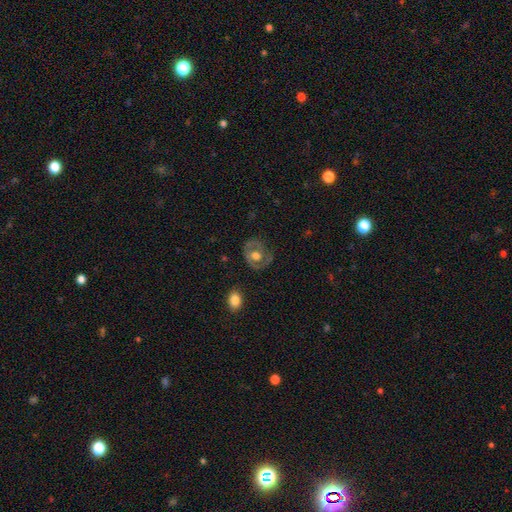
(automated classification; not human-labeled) Smooth or featured?
  - featured or disk: 53% *
  - smooth: 40%
  - star or artifact: 6%
Edge-on disk?
  - no: 95% *
  - yes: 5%
Bar?
  - no: 79% *
  - weak: 17%
  - strong: 4%
Spiral arms?
  - no: 71% *
  - yes: 29%
Bulge size?
  - moderate: 58% *
  - large: 33%
  - small: 5%
  - dominant: 2%
  - none: 2%
Merging?
  - none: 74% *
  - minor disturbance: 17%
  - major disturbance: 7%
  - merger: 2%